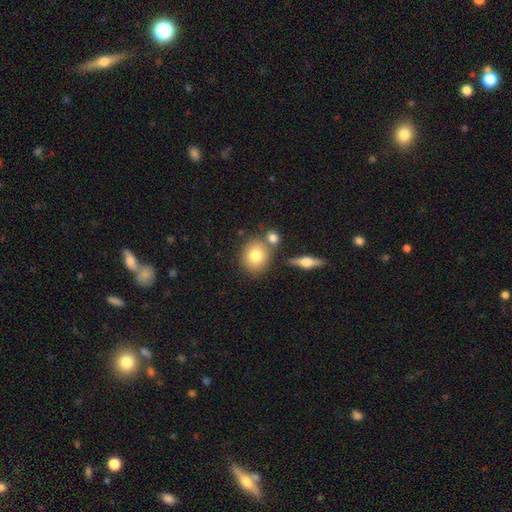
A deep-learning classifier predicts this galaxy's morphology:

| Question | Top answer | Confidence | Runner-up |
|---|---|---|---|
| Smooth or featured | smooth | 76% | featured or disk (15%) |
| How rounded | round | 73% | in between (26%) |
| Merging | none | 70% | merger (17%) |